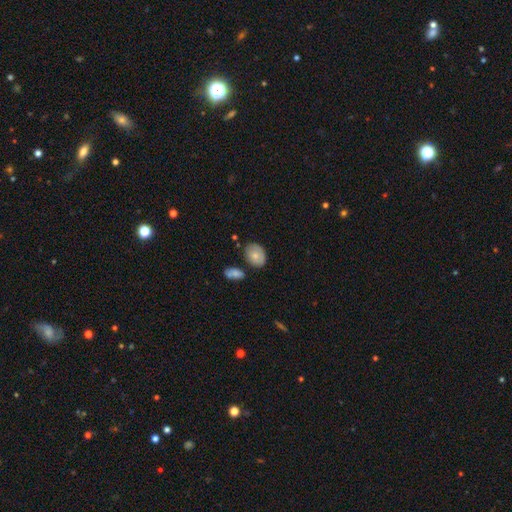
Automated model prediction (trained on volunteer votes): Smooth or featured?
  - smooth: 74% *
  - featured or disk: 19%
  - star or artifact: 7%
How rounded?
  - in between: 74% *
  - round: 25%
  - cigar-shaped: 1%
Merging?
  - none: 66% *
  - minor disturbance: 22%
  - merger: 8%
  - major disturbance: 4%